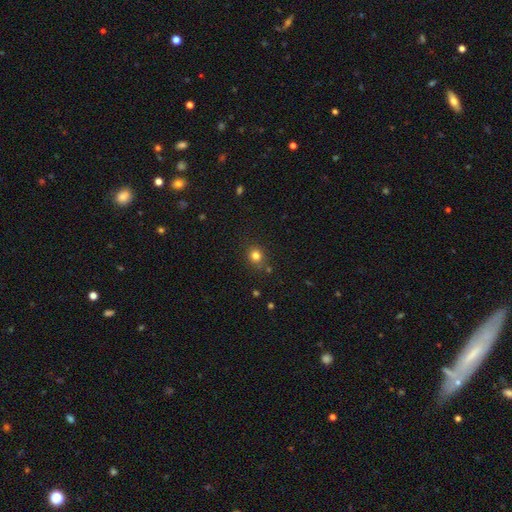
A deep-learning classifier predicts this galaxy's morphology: type=smooth (80%); roundness=round (81%); merging=none (82%).